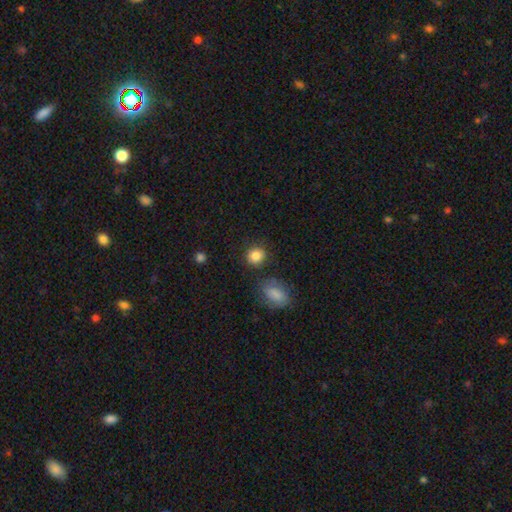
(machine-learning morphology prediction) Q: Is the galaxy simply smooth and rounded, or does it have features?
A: smooth — 86%.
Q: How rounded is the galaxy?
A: round — 83%.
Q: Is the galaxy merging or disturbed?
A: none — 79%.